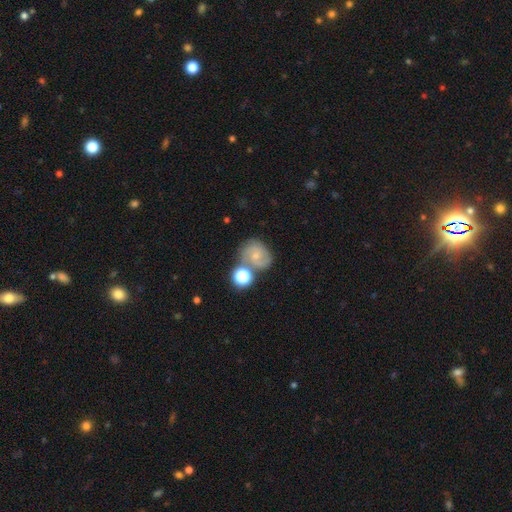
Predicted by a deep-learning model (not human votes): Smooth or featured?
  - featured or disk: 63% *
  - smooth: 26%
  - star or artifact: 11%
Edge-on disk?
  - no: 97% *
  - yes: 3%
Bar?
  - no: 64% *
  - weak: 31%
  - strong: 5%
Spiral arms?
  - yes: 92% *
  - no: 8%
Spiral winding?
  - medium: 48% *
  - tight: 38%
  - loose: 15%
Spiral arm count?
  - 2: 68% *
  - can't tell: 13%
  - 3: 11%
  - 1: 3%
  - 4: 2%
  - more than 4: 2%
Bulge size?
  - small: 64% *
  - moderate: 28%
  - none: 5%
  - large: 2%
  - dominant: 1%
Merging?
  - none: 56% *
  - merger: 20%
  - minor disturbance: 17%
  - major disturbance: 7%